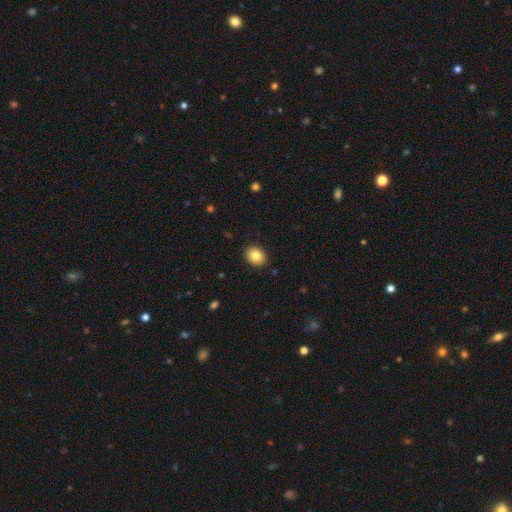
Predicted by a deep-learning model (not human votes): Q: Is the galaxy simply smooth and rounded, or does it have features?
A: smooth — 84%.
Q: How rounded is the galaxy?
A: round — 55%.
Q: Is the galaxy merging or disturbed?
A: none — 91%.